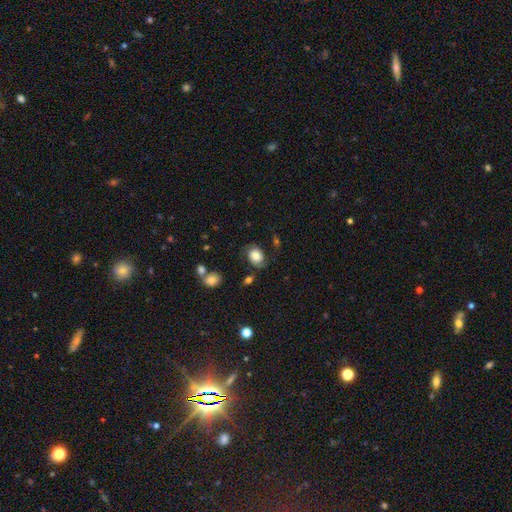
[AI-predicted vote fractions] A smooth galaxy with no disk features (55%) that is in between round and cigar-shaped (63%).

Vote fractions:
- Smooth or featured? smooth: 55% / featured or disk: 36% / star or artifact: 9%
- How rounded? in between: 63% / round: 36% / cigar-shaped: 1%
- Merging? none: 64% / minor disturbance: 22% / major disturbance: 11% / merger: 3%